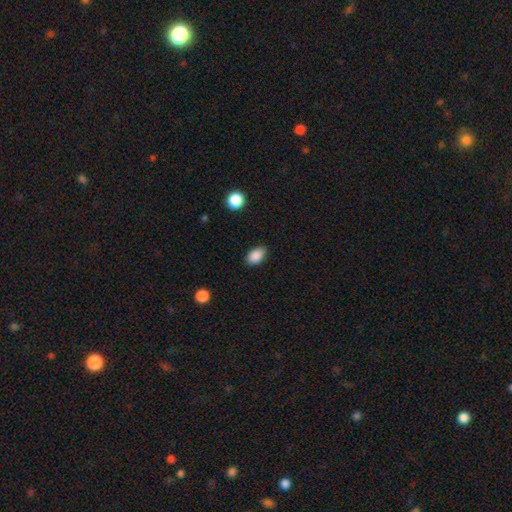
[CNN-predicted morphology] smooth_or_featured: smooth (p=0.88) [alt: star or artifact p=0.08]
how_rounded: in between (p=0.89) [alt: round p=0.09]
merging: none (p=0.85) [alt: minor disturbance p=0.11]